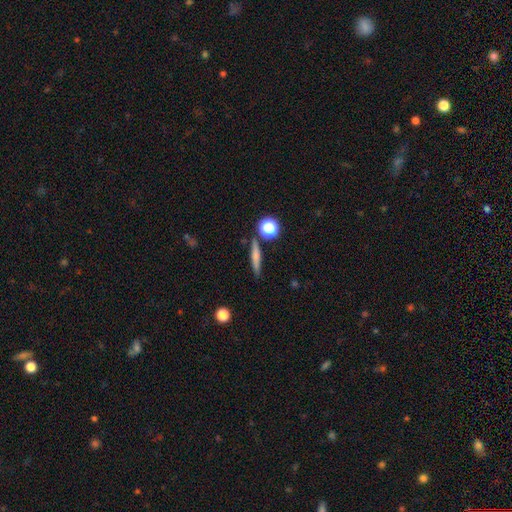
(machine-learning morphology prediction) type=smooth (62%); roundness=cigar-shaped (83%); merging=none (83%).